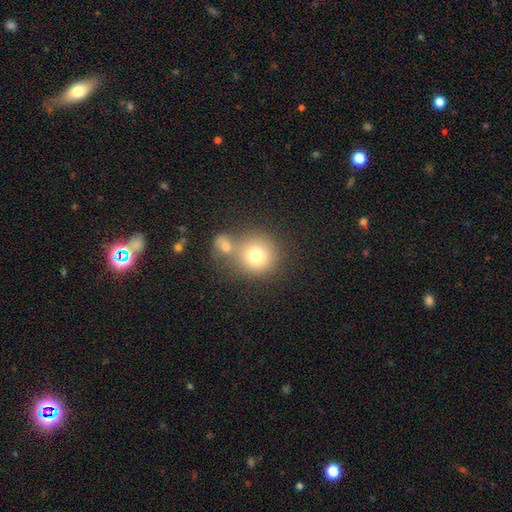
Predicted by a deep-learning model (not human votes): This is likely a smooth galaxy (76%). How rounded: clearly round (90%). Merging: possibly none (52%).